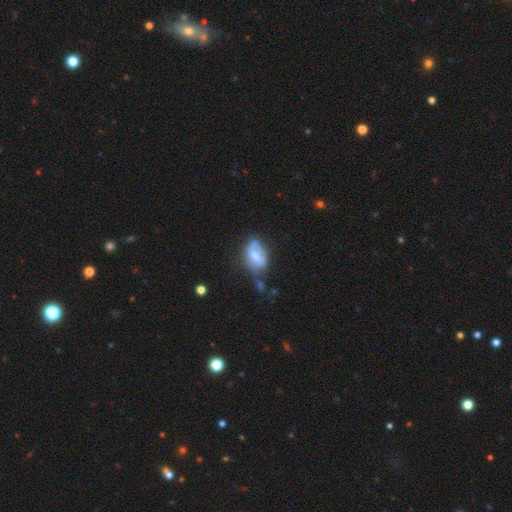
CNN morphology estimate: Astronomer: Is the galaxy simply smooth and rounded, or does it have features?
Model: smooth — 67%.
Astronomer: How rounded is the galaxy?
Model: in between — 91%.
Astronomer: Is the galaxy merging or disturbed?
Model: minor disturbance — 35% (runner-up: none, 33%).